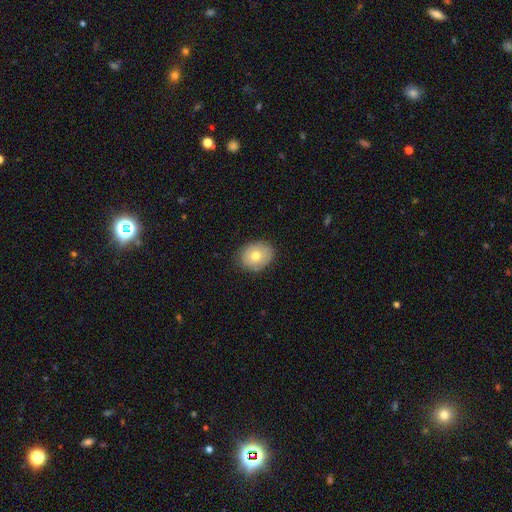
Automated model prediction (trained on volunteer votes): Smooth or featured: smooth — 73% (featured or disk — 19%)
How rounded: in between — 53% (round — 46%)
Merging: none — 84% (minor disturbance — 12%)